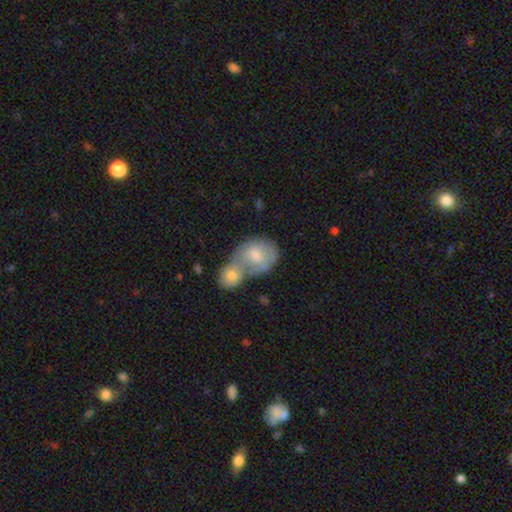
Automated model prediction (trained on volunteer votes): Morphology: type=smooth (65%); roundness=in between (51%); merging=merger (71%).